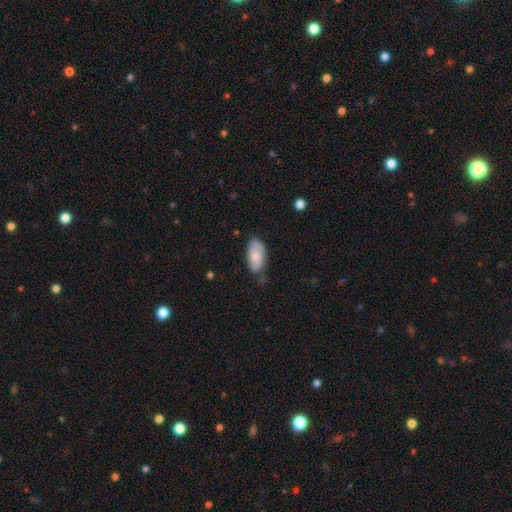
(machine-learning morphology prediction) Overall: smooth (62%; featured or disk 32%). How rounded: in between (92%). Merging: none (62%; minor disturbance 29%).